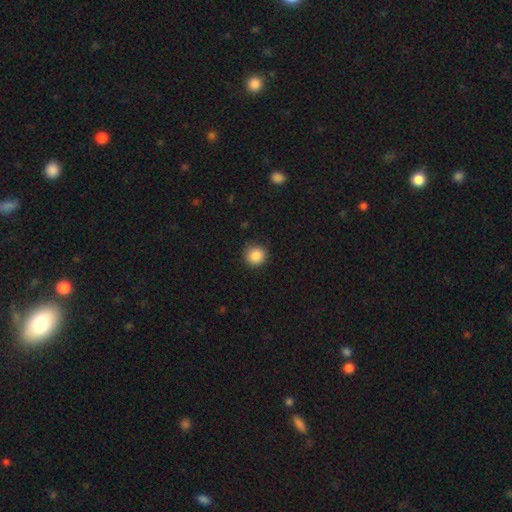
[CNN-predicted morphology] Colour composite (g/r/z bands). It shows a smooth galaxy with no disk features (87%) that is round (93%). Merging: none (89%).